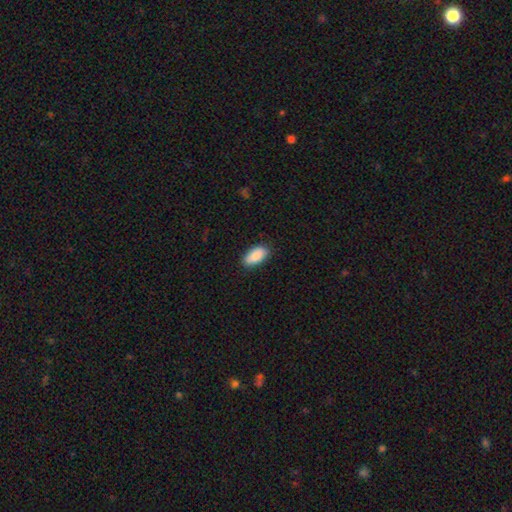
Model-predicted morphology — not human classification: Q: Smooth or featured?
A: smooth (89%); runner-up: star or artifact (6%)
Q: How rounded?
A: in between (93%); runner-up: cigar-shaped (4%)
Q: Merging?
A: none (85%); runner-up: minor disturbance (11%)